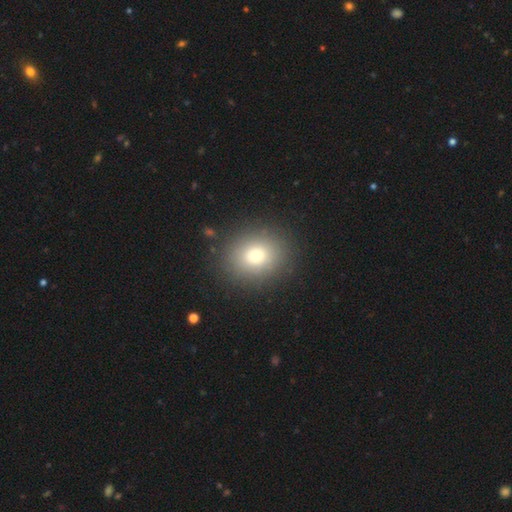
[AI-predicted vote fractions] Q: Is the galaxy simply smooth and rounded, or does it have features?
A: smooth — 81%.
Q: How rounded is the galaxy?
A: round — 62%.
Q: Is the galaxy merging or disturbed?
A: none — 86%.